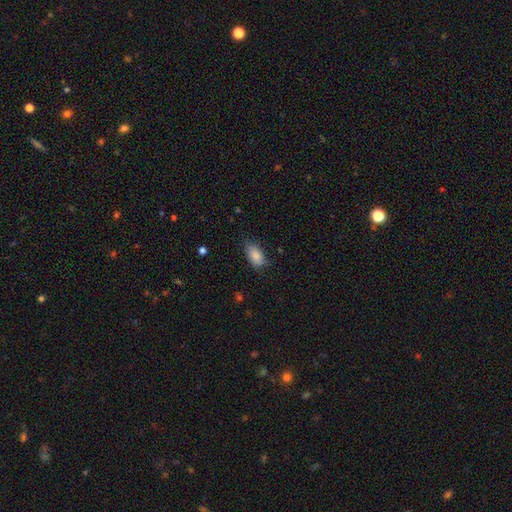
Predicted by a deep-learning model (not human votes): Smooth or featured?
  - smooth: 85% *
  - featured or disk: 8%
  - star or artifact: 7%
How rounded?
  - in between: 92% *
  - round: 5%
  - cigar-shaped: 3%
Merging?
  - none: 69% *
  - minor disturbance: 25%
  - major disturbance: 5%
  - merger: 1%